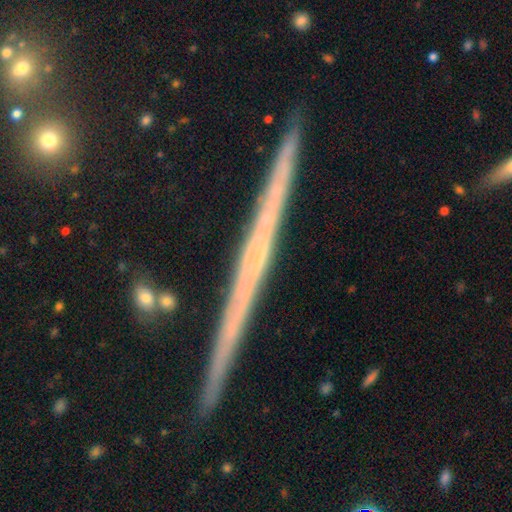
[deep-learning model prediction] A featured or disk galaxy (70%) viewed edge-on (98%) with no central bulge (88%). Merging: none (90%).